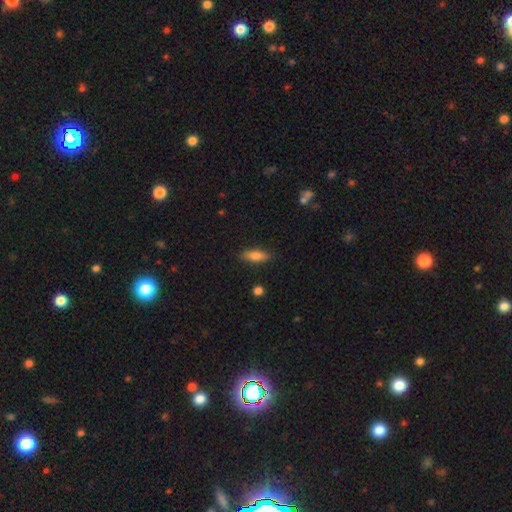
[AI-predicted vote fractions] smooth-or-featured: smooth: 79% | featured or disk: 14% | star or artifact: 7%
  how-rounded: in between: 60% | cigar-shaped: 38% | round: 3%
  merging: none: 86% | minor disturbance: 10% | major disturbance: 2% | merger: 1%